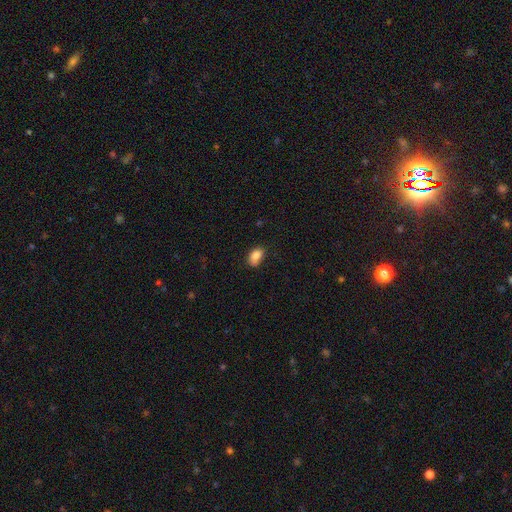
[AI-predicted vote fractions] A smooth galaxy with no disk features (84%) that is in between round and cigar-shaped (87%).

Vote fractions:
- Smooth or featured? smooth: 84% / star or artifact: 9% / featured or disk: 7%
- How rounded? in between: 87% / round: 11% / cigar-shaped: 2%
- Merging? none: 57% / minor disturbance: 31% / major disturbance: 7% / merger: 5%